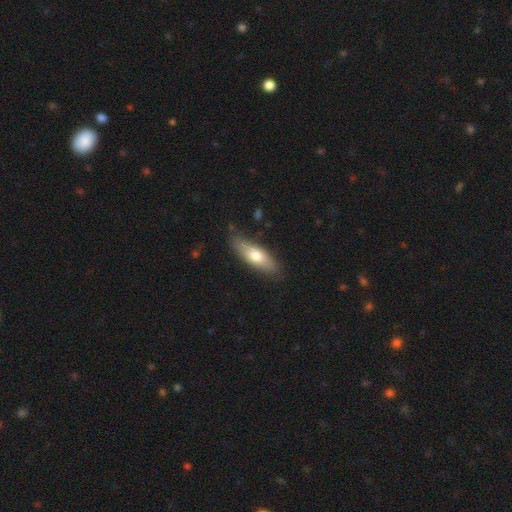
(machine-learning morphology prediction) smooth_or_featured: smooth (p=0.68) [alt: featured or disk p=0.26]
how_rounded: in between (p=0.55) [alt: cigar-shaped p=0.43]
merging: none (p=0.81) [alt: minor disturbance p=0.15]